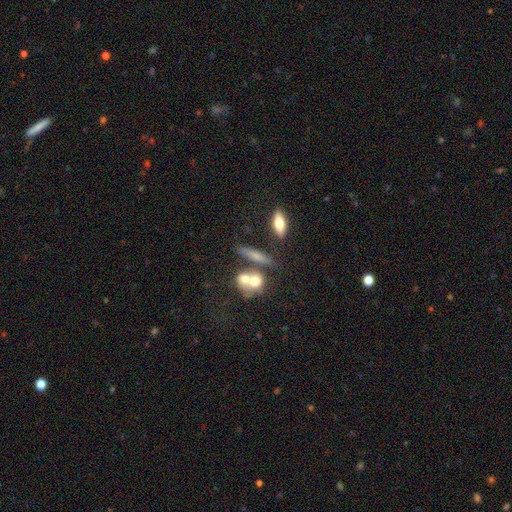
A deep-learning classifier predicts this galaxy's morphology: Smooth or featured?
  - smooth: 62% *
  - featured or disk: 27%
  - star or artifact: 12%
How rounded?
  - in between: 39% *
  - cigar-shaped: 36%
  - round: 25%
Merging?
  - none: 45% *
  - merger: 34%
  - minor disturbance: 13%
  - major disturbance: 8%